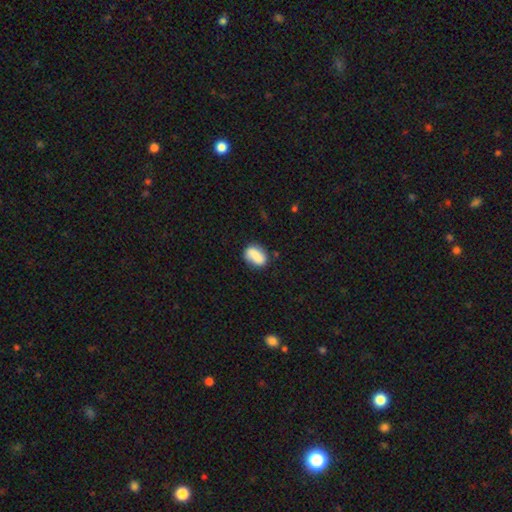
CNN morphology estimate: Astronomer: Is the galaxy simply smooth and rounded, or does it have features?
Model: smooth — 73%.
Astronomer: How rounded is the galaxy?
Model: in between — 78%.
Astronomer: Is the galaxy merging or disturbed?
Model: none — 71%.